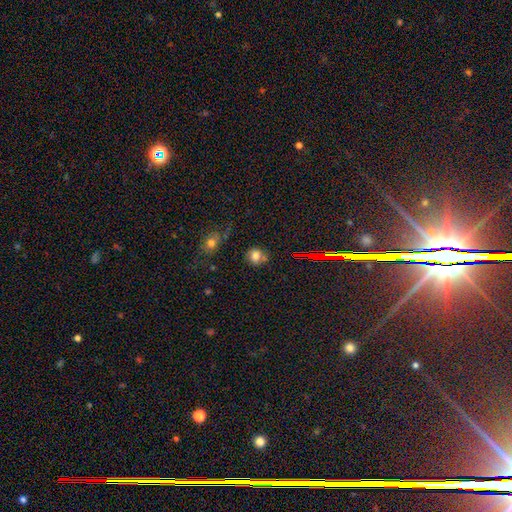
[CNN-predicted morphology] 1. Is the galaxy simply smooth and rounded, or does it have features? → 72% smooth, 18% star or artifact, 11% featured or disk.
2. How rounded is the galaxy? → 74% round, 24% in between, 1% cigar-shaped.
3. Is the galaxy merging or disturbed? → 64% none, 17% merger, 15% minor disturbance, 4% major disturbance.